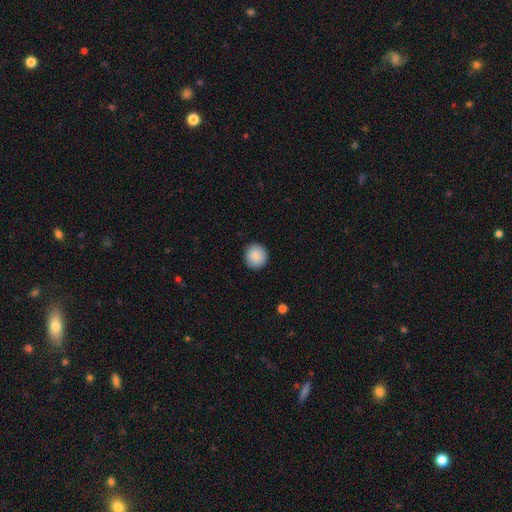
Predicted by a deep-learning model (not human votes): Overall: smooth (88%). How rounded: round (93%). Merging: none (91%).